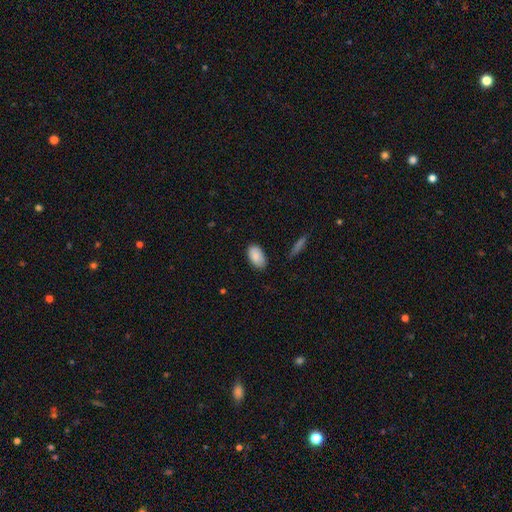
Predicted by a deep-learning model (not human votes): Smooth or featured? Predicted: smooth (p=0.86). How rounded? Predicted: in between (p=0.94). Merging? Predicted: none (p=0.80).